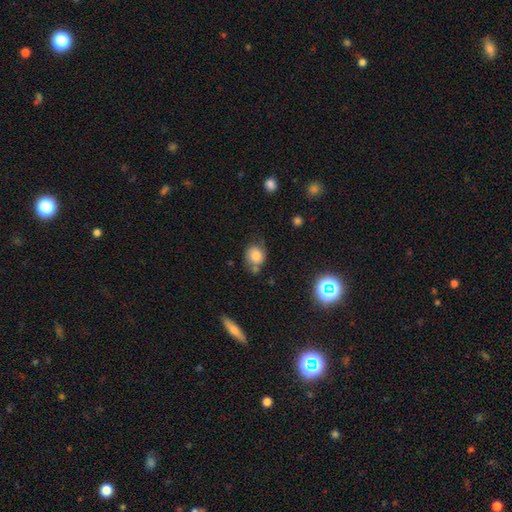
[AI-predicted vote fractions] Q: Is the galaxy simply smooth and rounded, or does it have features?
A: smooth — 73%.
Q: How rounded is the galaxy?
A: round — 71%.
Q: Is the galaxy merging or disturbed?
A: none — 57%.